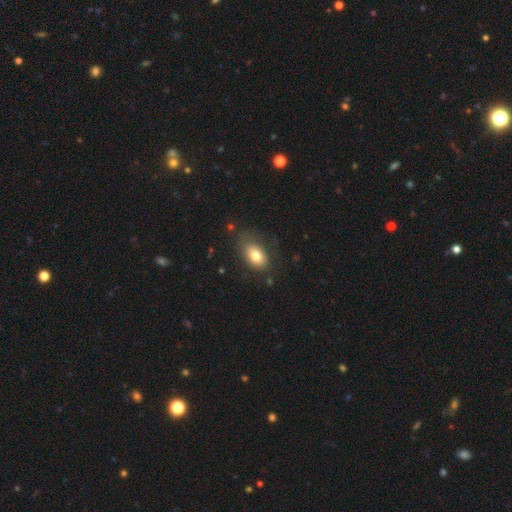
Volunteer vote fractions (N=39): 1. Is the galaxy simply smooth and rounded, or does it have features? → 79% smooth, 15% featured or disk, 5% star or artifact.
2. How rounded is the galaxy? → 84% in between, 13% round, 3% cigar-shaped.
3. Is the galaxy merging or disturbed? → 70% none, 14% minor disturbance, 11% major disturbance, 5% merger.